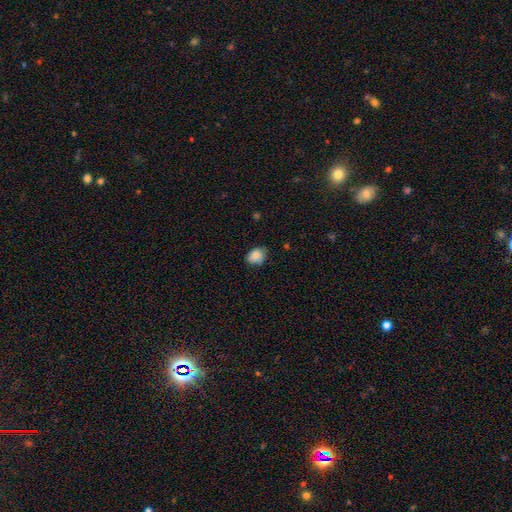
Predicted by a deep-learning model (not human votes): Morphology: type=smooth (83%); roundness=in between (60%); merging=none (66%).